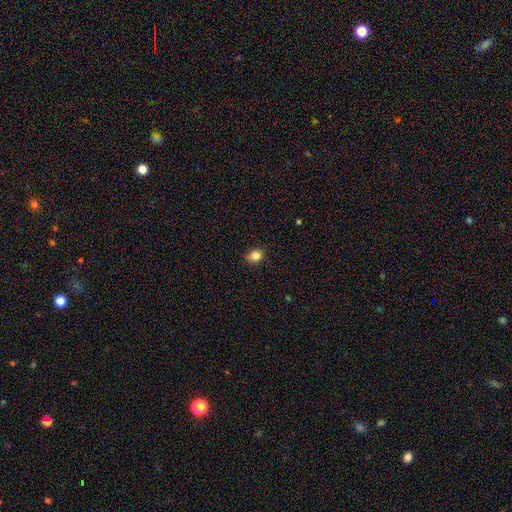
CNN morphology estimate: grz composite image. It shows a smooth galaxy with no disk features (84%) that is round (66%). Merging: none (88%).